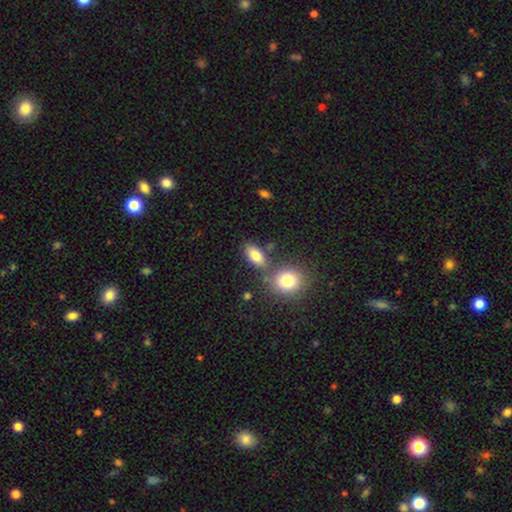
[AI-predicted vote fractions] Q: Smooth or featured?
A: smooth (80%); runner-up: featured or disk (11%)
Q: How rounded?
A: in between (85%); runner-up: round (10%)
Q: Merging?
A: none (68%); runner-up: merger (16%)